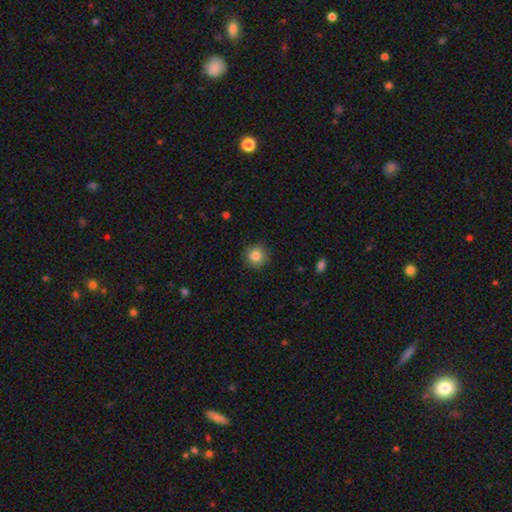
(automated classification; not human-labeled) A smooth galaxy with no disk features (85%) that is round (93%).

Vote fractions:
- Smooth or featured? smooth: 85% / star or artifact: 10% / featured or disk: 5%
- How rounded? round: 93% / in between: 6% / cigar-shaped: 1%
- Merging? none: 90% / minor disturbance: 7% / major disturbance: 2% / merger: 1%